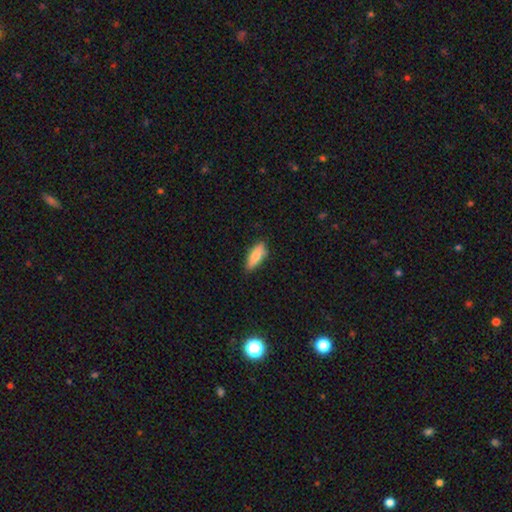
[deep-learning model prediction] Overall: smooth (78%). How rounded: in between (64%; cigar-shaped 34%). Merging: none (80%).